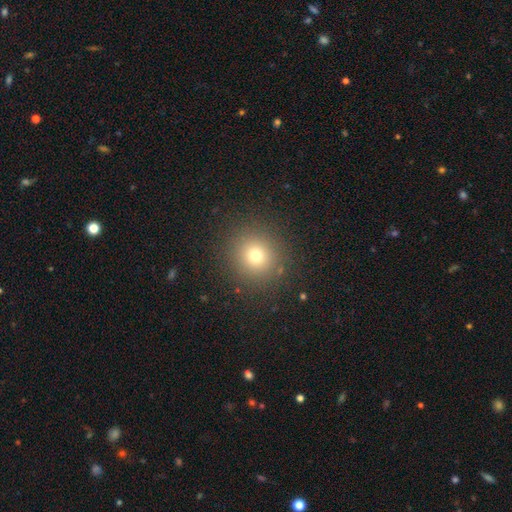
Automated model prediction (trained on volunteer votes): A smooth galaxy with no disk features (73%) that is round (92%). Merging: none (89%).